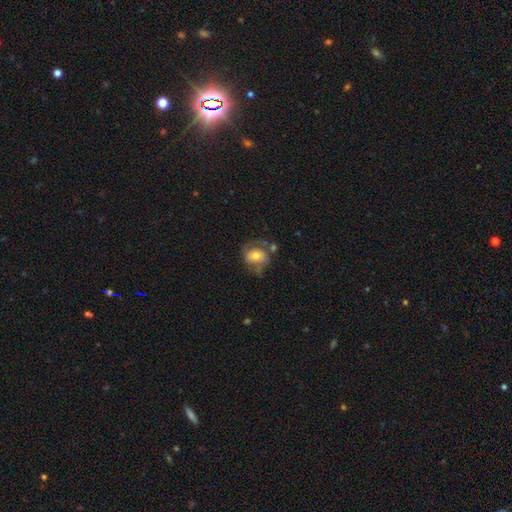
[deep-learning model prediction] Overall: smooth (52%; featured or disk 41%). How rounded: in between (53%; round 46%). Merging: none (47%; minor disturbance 25%).